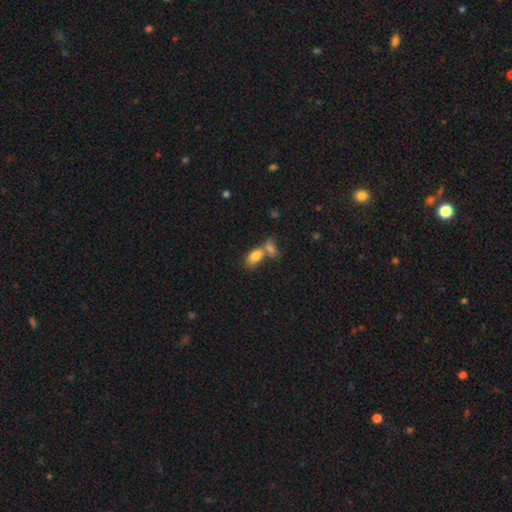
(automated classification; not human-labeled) smooth 82%, featured or disk 10%, star or artifact 8%. Down the decision tree: how rounded — in between (89%); merging — merger (50%).